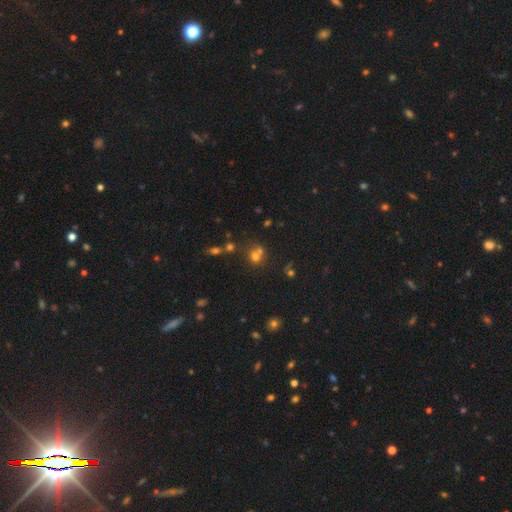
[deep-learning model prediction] Morphology: type=smooth (62%); roundness=round (76%); merging=merger (46%).